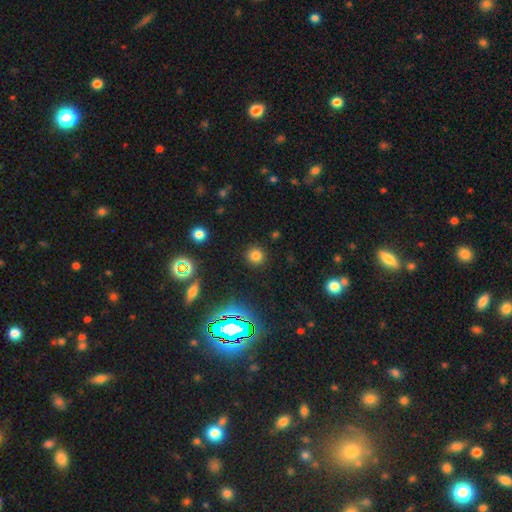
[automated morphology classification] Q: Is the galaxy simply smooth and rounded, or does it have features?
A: smooth — 75%.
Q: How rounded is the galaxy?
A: round — 92%.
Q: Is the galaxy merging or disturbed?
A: none — 90%.